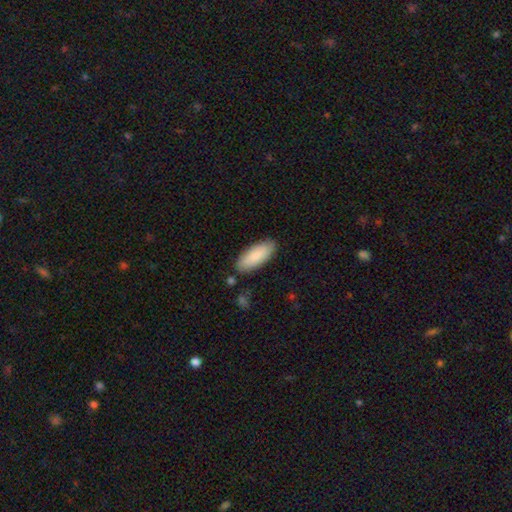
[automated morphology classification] The model was most divided on "how rounded": in between: 79%, cigar-shaped: 19%, round: 2%. More confident: smooth or featured — smooth (84%); merging — none (84%).